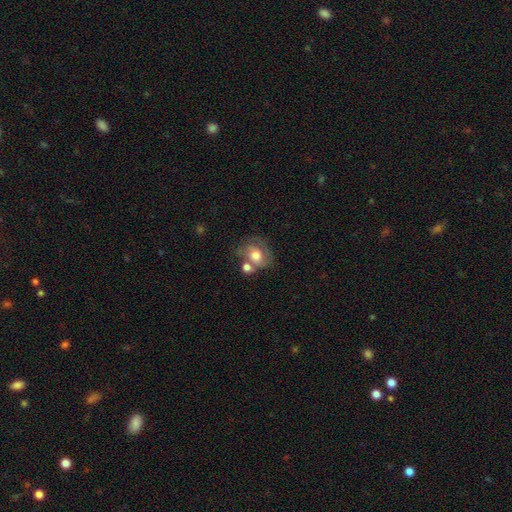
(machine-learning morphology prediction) The model was most divided on "merging": none: 38%, merger: 33%, minor disturbance: 19%, major disturbance: 11%. More confident: smooth or featured — smooth (60%); how rounded — round (58%).